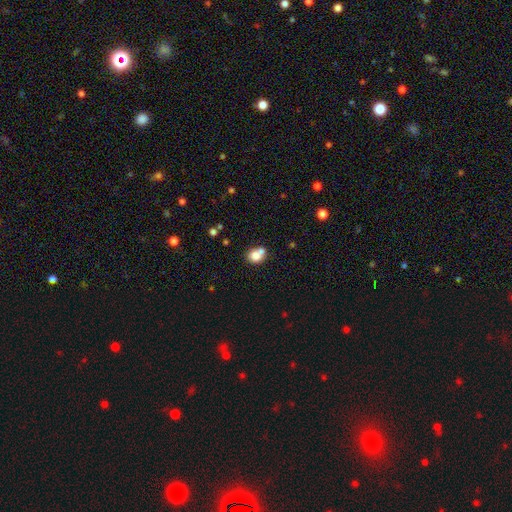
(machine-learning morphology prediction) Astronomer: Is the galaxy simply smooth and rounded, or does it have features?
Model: smooth — 78%.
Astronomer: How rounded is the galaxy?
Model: round — 69%.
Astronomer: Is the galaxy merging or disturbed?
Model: none — 44% (runner-up: merger, 42%).